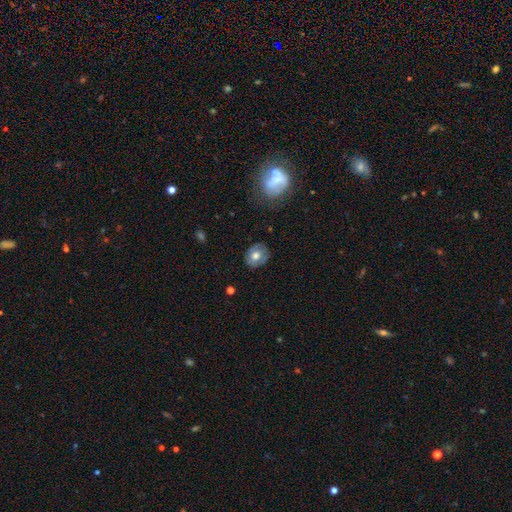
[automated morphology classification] Overall: smooth (61%; featured or disk 31%). How rounded: round (59%; in between 40%). Merging: none (79%).